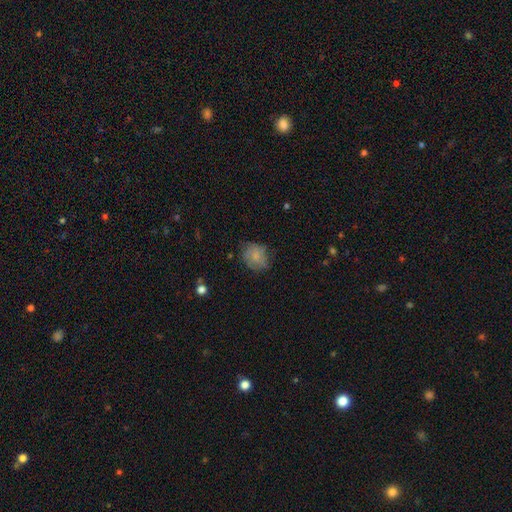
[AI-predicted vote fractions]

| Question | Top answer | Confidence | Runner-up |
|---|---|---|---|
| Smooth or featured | smooth | 67% | featured or disk (24%) |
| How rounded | round | 61% | in between (38%) |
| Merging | none | 62% | minor disturbance (27%) |